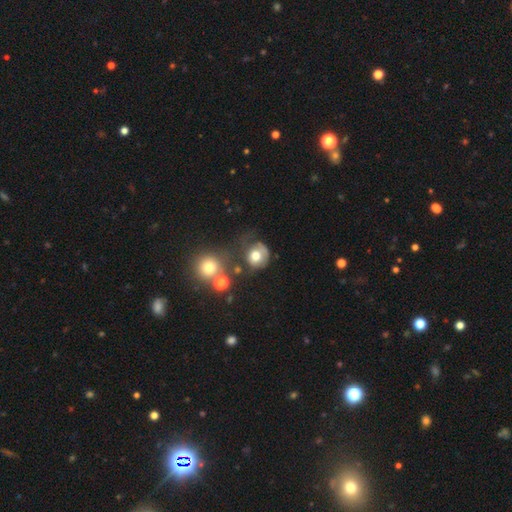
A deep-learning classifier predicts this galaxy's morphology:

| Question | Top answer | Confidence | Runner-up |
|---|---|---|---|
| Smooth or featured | smooth | 68% | featured or disk (21%) |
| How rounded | round | 78% | in between (21%) |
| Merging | none | 41% | minor disturbance (26%) |